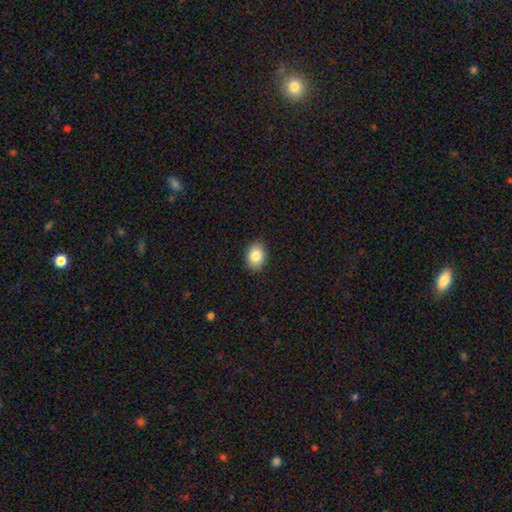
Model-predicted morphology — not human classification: A smooth galaxy with no disk features (84%) that is in between round and cigar-shaped (75%).

Vote fractions:
- Smooth or featured? smooth: 84% / star or artifact: 8% / featured or disk: 8%
- How rounded? in between: 75% / round: 24% / cigar-shaped: 1%
- Merging? none: 88% / minor disturbance: 9% / major disturbance: 2% / merger: 1%